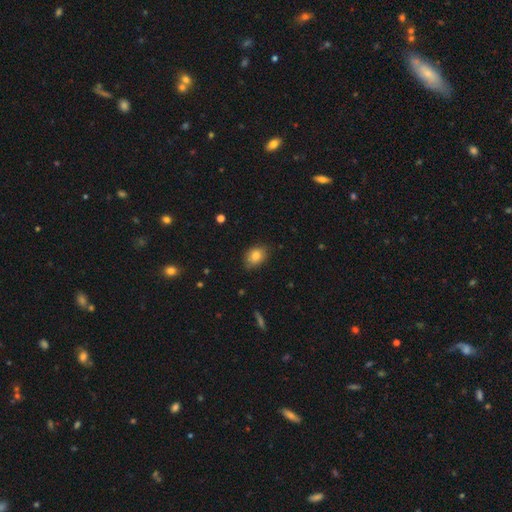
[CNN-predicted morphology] smooth 81%, featured or disk 10%, star or artifact 8%. Down the decision tree: how rounded — in between (73%); merging — none (79%).